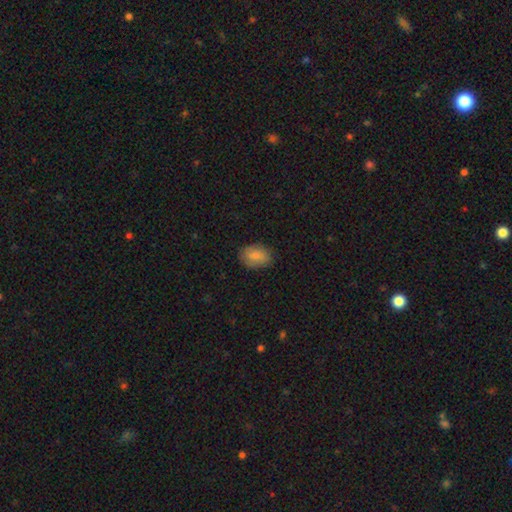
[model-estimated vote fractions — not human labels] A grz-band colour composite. It shows a smooth galaxy with no disk features (83%) that is in between round and cigar-shaped (80%). Merging: none (81%).